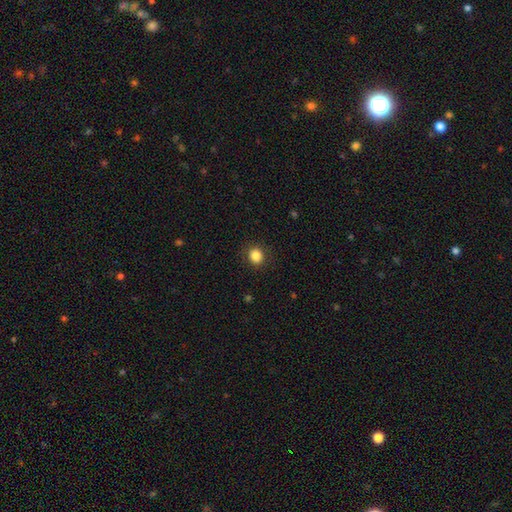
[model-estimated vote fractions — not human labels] Smooth or featured? smooth (85%)
How rounded? round (81%)
Merging? none (89%)